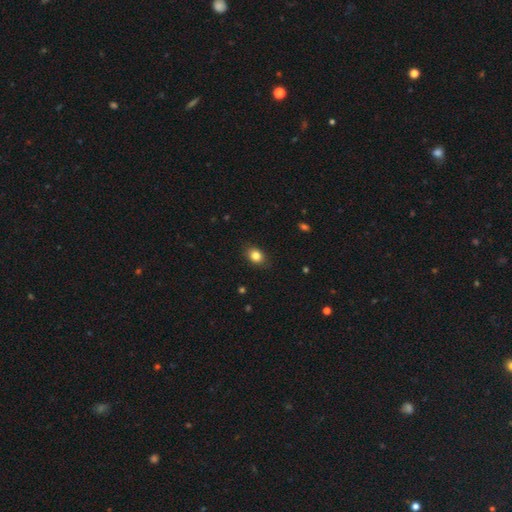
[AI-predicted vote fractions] Smooth or featured?
  - smooth: 84% *
  - star or artifact: 10%
  - featured or disk: 6%
How rounded?
  - in between: 62% *
  - round: 37%
  - cigar-shaped: 1%
Merging?
  - none: 86% *
  - minor disturbance: 11%
  - major disturbance: 2%
  - merger: 1%